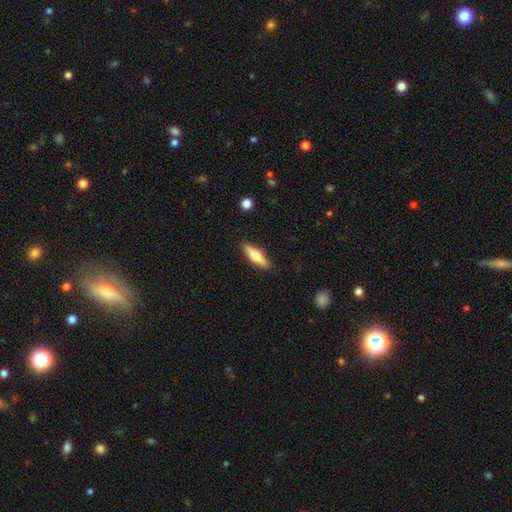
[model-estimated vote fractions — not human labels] smooth 58%, featured or disk 36%, star or artifact 6%. Down the decision tree: how rounded — cigar-shaped (66%); merging — none (89%).